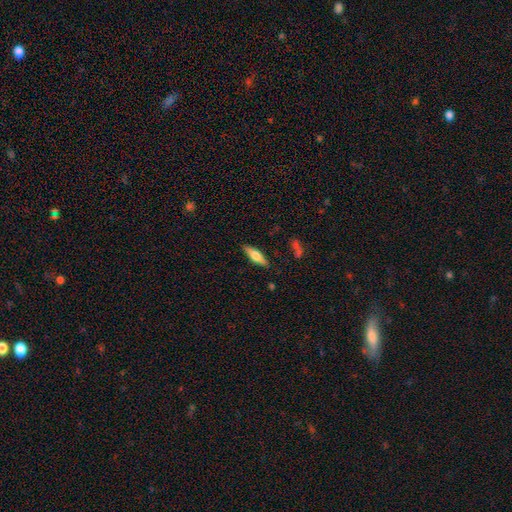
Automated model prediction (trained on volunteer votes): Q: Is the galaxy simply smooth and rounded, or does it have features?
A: smooth — 60%.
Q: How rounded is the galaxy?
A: cigar-shaped — 57%.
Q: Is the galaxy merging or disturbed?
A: none — 85%.